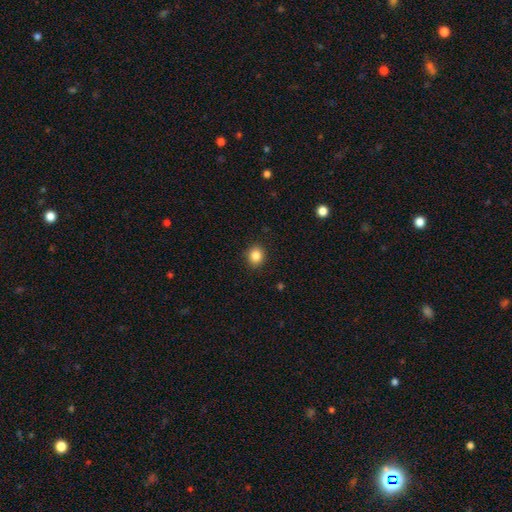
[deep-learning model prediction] Morphology: type=smooth (85%); roundness=round (78%); merging=none (91%).